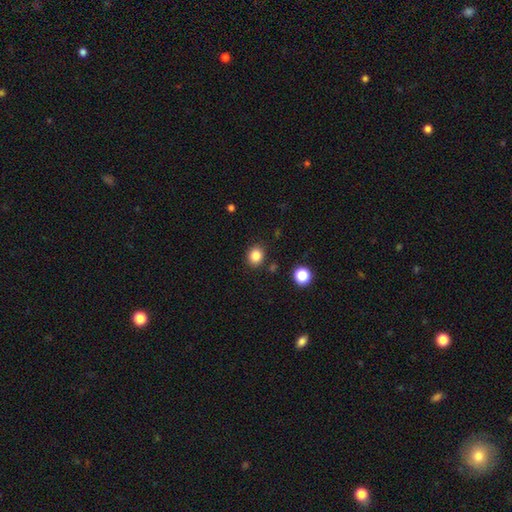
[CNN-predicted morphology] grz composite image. It shows a smooth galaxy with no disk features (84%) that is round (69%). Merging: none (86%).